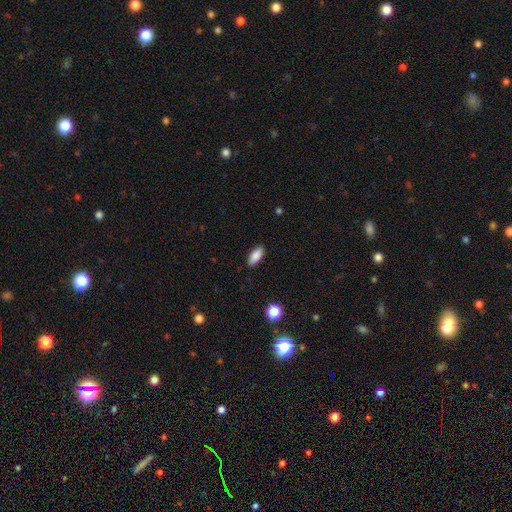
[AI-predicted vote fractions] Q: Smooth or featured?
A: smooth (88%); runner-up: star or artifact (7%)
Q: How rounded?
A: in between (84%); runner-up: cigar-shaped (13%)
Q: Merging?
A: none (88%); runner-up: minor disturbance (9%)